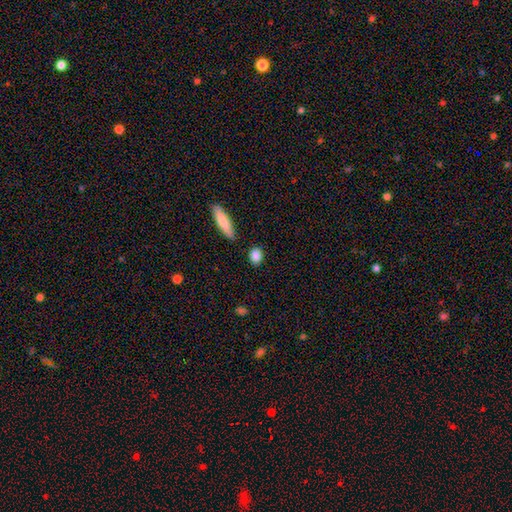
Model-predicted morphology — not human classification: smooth_or_featured: smooth (p=0.87) [alt: star or artifact p=0.08]
how_rounded: in between (p=0.55) [alt: round p=0.40]
merging: none (p=0.85) [alt: minor disturbance p=0.09]